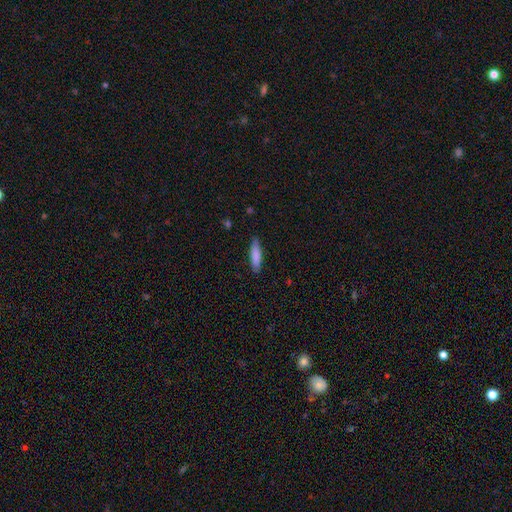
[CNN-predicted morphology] Overall: smooth (83%). How rounded: cigar-shaped (74%). Merging: none (86%).